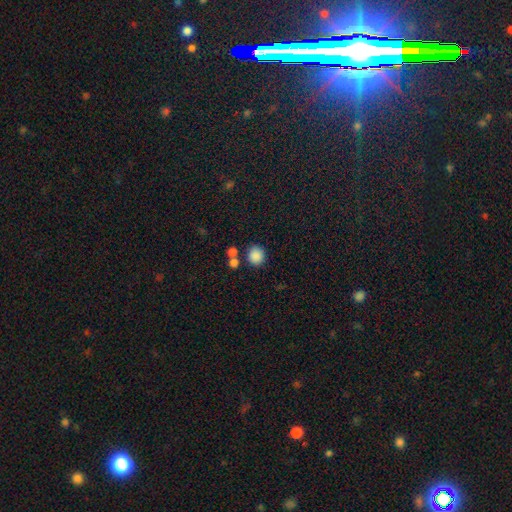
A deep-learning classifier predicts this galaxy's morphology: Smooth or featured? Predicted: smooth (p=0.86). How rounded? Predicted: round (p=0.85). Merging? Predicted: none (p=0.73).